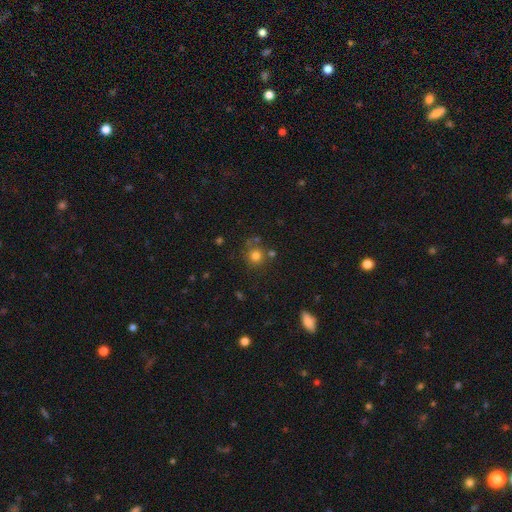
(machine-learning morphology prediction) This is likely a smooth galaxy (77%). How rounded: clearly round (91%). Merging: likely none (70%).